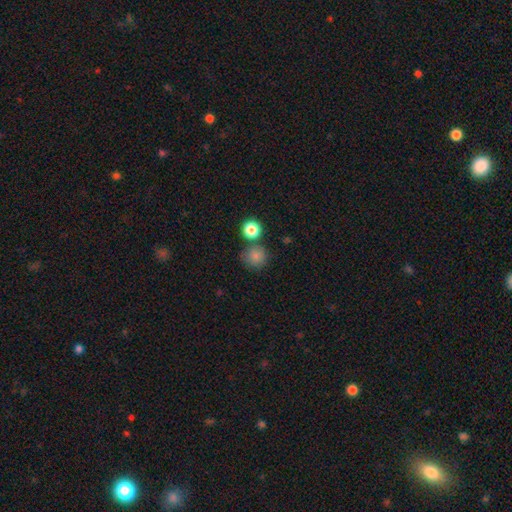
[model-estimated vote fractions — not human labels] Morphology: type=smooth (83%); roundness=round (90%); merging=none (72%).